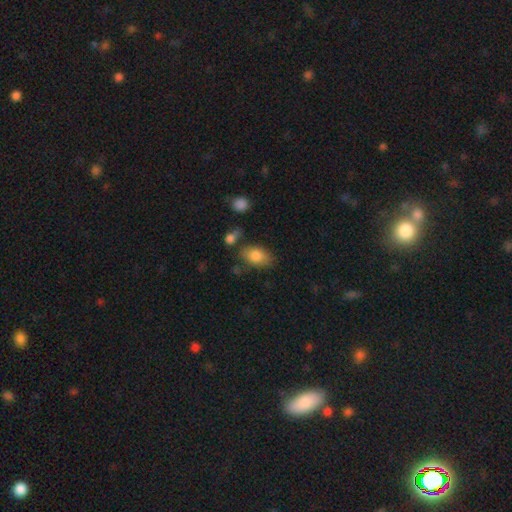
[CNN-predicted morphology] type=smooth (82%); roundness=in between (89%); merging=none (69%).